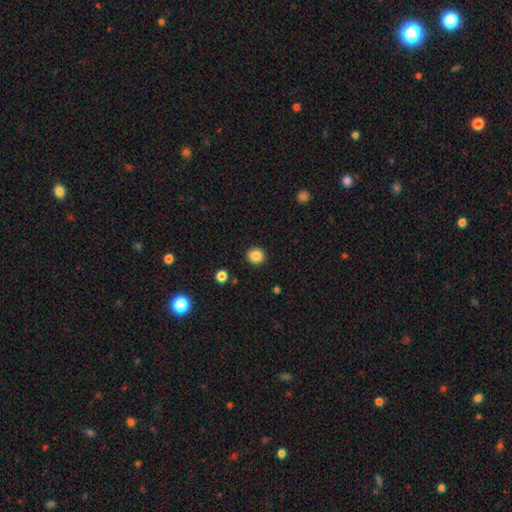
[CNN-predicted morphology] Overall: smooth (87%). How rounded: round (88%). Merging: none (92%).